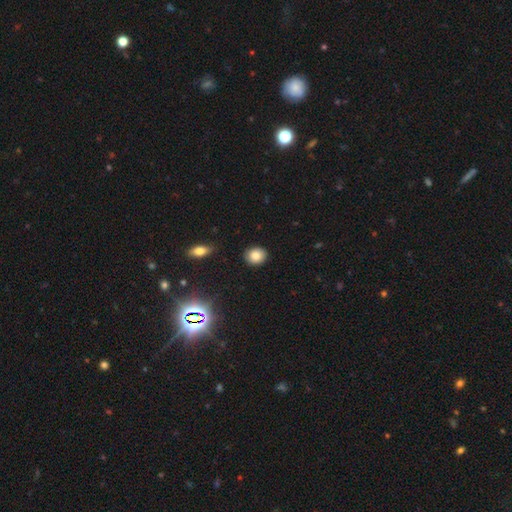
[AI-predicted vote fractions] Q: Smooth or featured?
A: smooth (84%); runner-up: star or artifact (10%)
Q: How rounded?
A: round (70%); runner-up: in between (29%)
Q: Merging?
A: none (89%); runner-up: minor disturbance (8%)